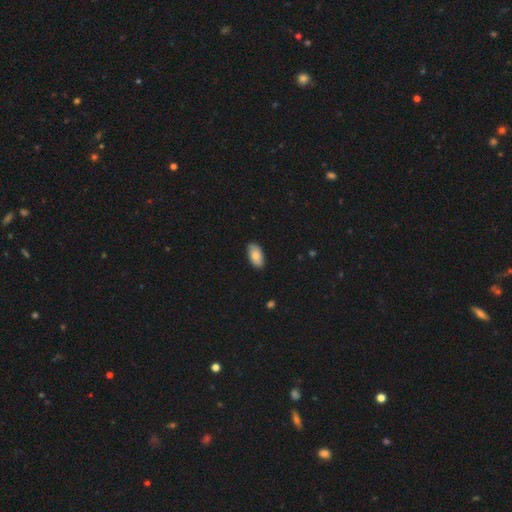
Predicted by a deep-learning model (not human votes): smooth-or-featured: smooth: 81% | featured or disk: 13% | star or artifact: 6%
  how-rounded: in between: 95% | round: 3% | cigar-shaped: 2%
  merging: none: 85% | minor disturbance: 12% | major disturbance: 2% | merger: 1%